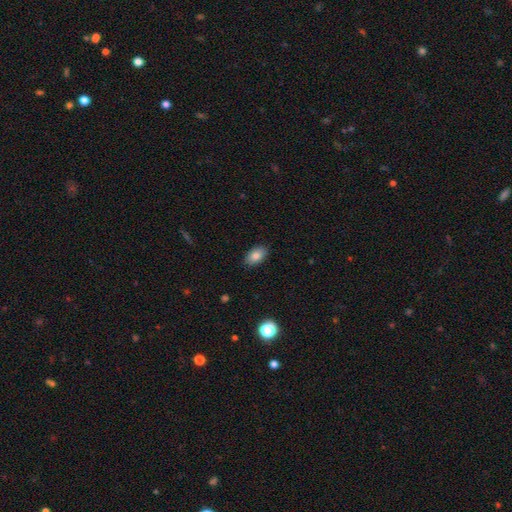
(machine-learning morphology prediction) A smooth galaxy with no disk features (84%) that is in between round and cigar-shaped (91%). Merging: none (88%).